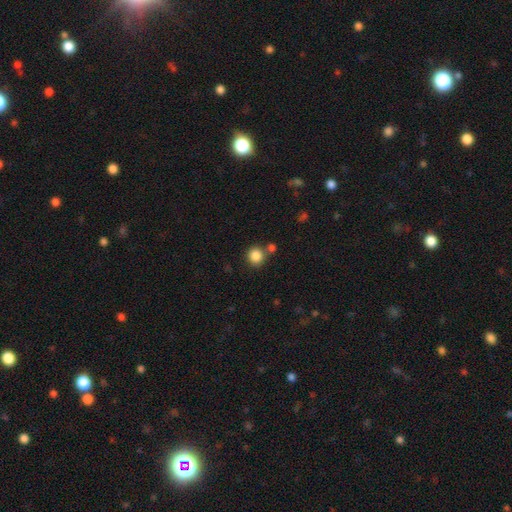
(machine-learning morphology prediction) This appears to be a smooth galaxy with no disk features (86%) that is round (89%). Merging: none (71%).